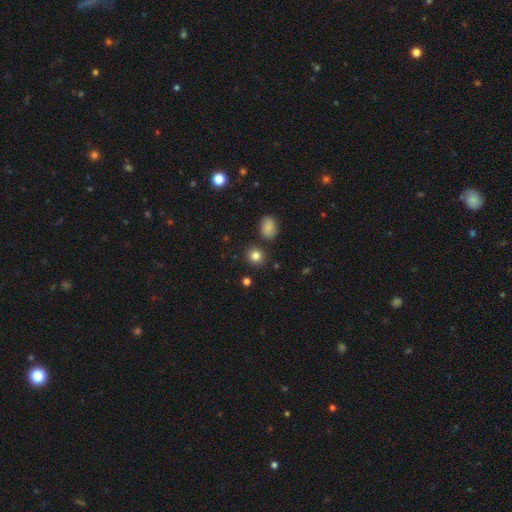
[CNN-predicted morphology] type=smooth (83%); roundness=round (84%); merging=none (85%).